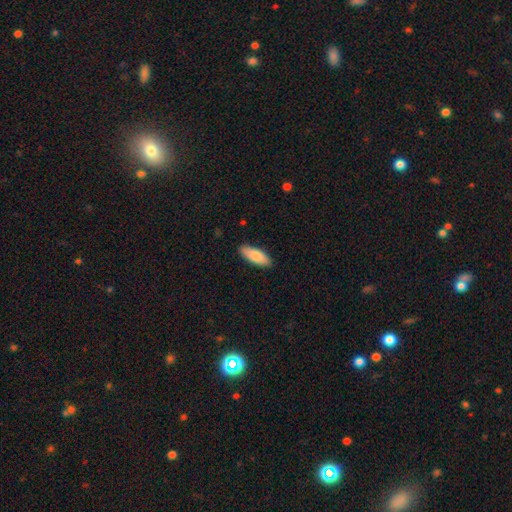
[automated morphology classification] Smooth or featured?
  - smooth: 84% *
  - featured or disk: 10%
  - star or artifact: 5%
How rounded?
  - in between: 73% *
  - cigar-shaped: 25%
  - round: 2%
Merging?
  - none: 87% *
  - minor disturbance: 10%
  - major disturbance: 2%
  - merger: 1%